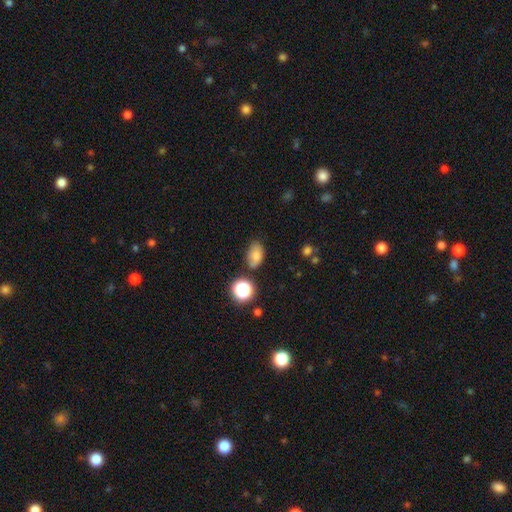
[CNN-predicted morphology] type=smooth (75%); roundness=in between (83%); merging=none (66%).